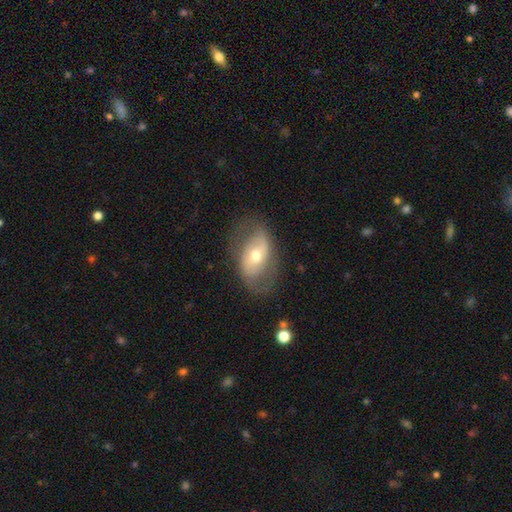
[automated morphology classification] smooth-or-featured: featured or disk: 57% | smooth: 35% | star or artifact: 7%
  disk-edge-on: no: 92% | yes: 8%
    bar: no: 48% | weak: 32% | strong: 20%
    has-spiral-arms: yes: 60% | no: 40%
    bulge-size: moderate: 66% | small: 26% | large: 6% | dominant: 1% | none: 1%
  merging: none: 68% | minor disturbance: 19% | major disturbance: 11% | merger: 1%